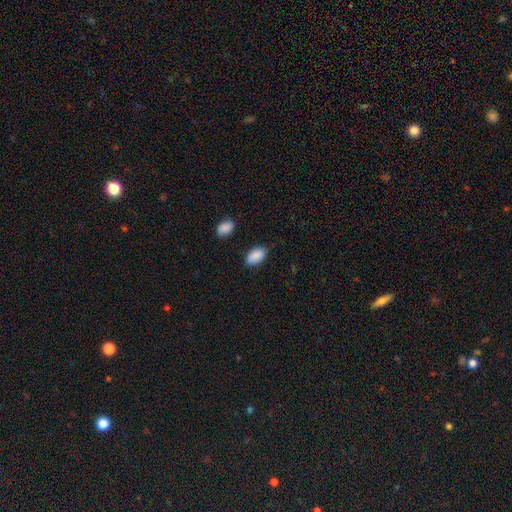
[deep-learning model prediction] This appears to be a smooth galaxy with no disk features (88%) that is in between round and cigar-shaped (94%). Merging: none (74%).